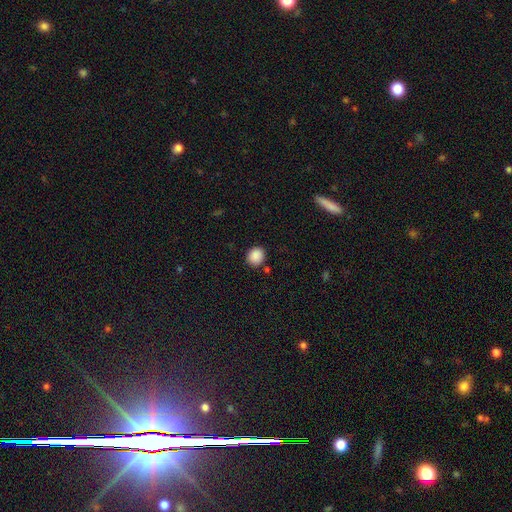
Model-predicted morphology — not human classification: This appears to be a smooth galaxy with no disk features (88%) that is round (79%). Merging: none (86%).